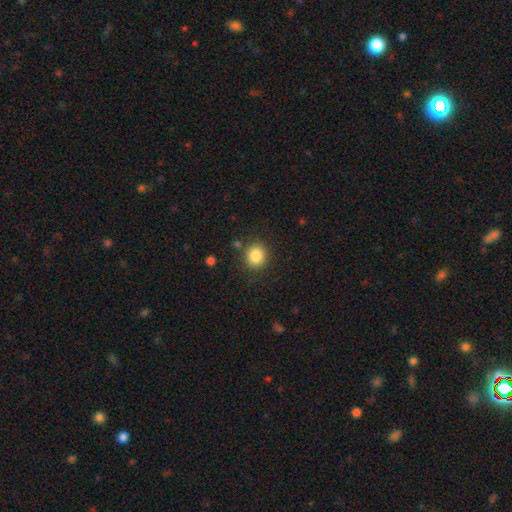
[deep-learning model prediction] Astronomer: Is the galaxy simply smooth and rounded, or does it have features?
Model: smooth — 85%.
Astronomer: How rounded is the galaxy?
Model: round — 81%.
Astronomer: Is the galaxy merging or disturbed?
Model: none — 86%.